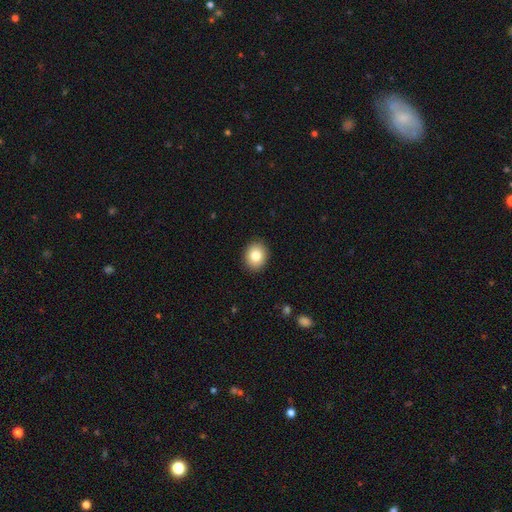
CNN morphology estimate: This appears to be a smooth galaxy with no disk features (82%) that is round (67%). Merging: none (91%).